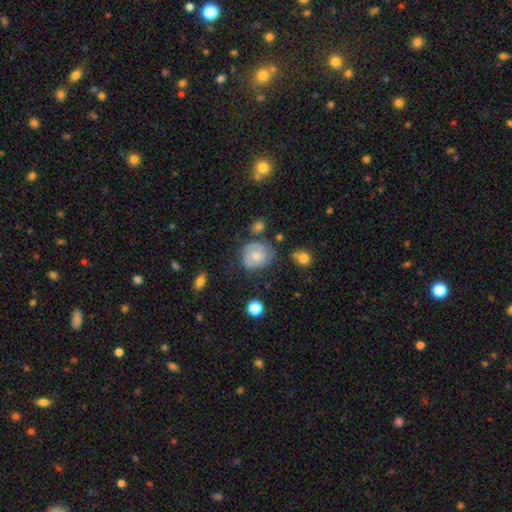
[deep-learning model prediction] Morphology: type=smooth (54%); roundness=round (69%); merging=none (52%).